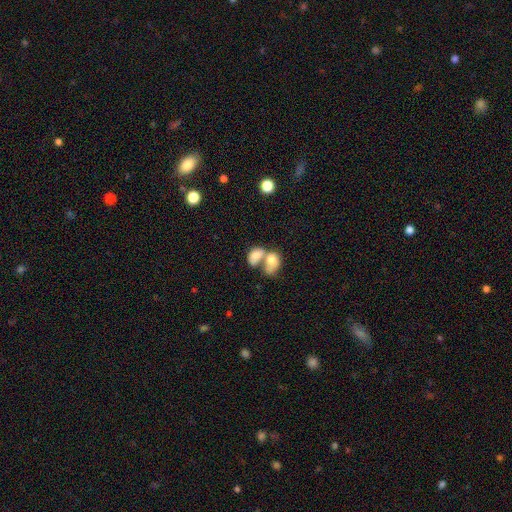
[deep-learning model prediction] A smooth galaxy with no disk features (72%) that is in between round and cigar-shaped (76%).

Vote fractions:
- Smooth or featured? smooth: 72% / featured or disk: 20% / star or artifact: 8%
- How rounded? in between: 76% / round: 22% / cigar-shaped: 2%
- Merging? merger: 76% / none: 13% / minor disturbance: 6% / major disturbance: 5%